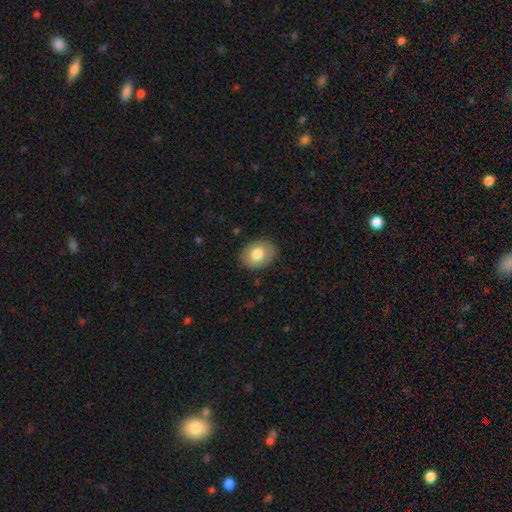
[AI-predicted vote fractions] smooth 75%, featured or disk 19%, star or artifact 7%. Down the decision tree: how rounded — in between (65%); merging — none (85%).